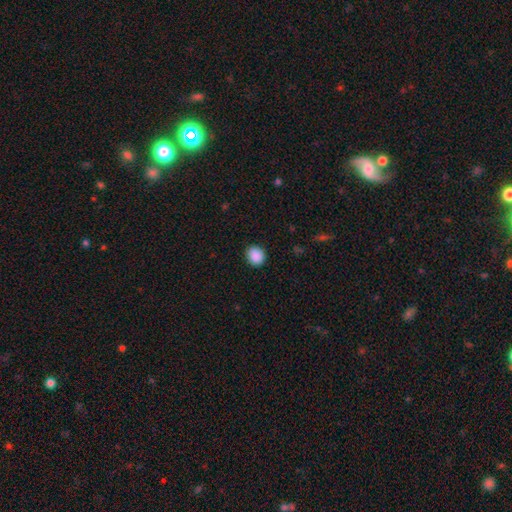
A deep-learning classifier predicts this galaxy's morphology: Q: Smooth or featured?
A: smooth (89%); runner-up: star or artifact (8%)
Q: How rounded?
A: round (77%); runner-up: in between (22%)
Q: Merging?
A: none (89%); runner-up: minor disturbance (8%)